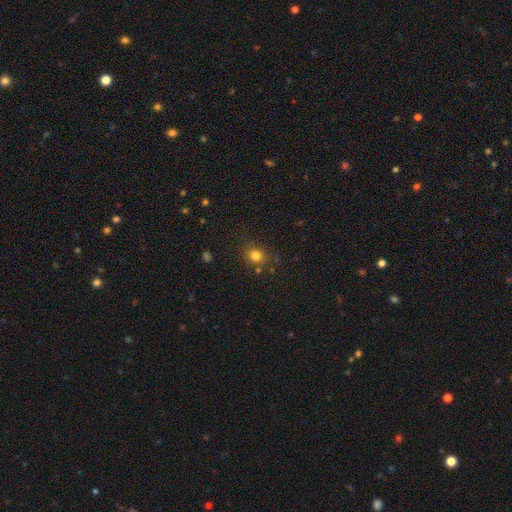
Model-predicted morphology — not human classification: This is likely a smooth galaxy (80%). How rounded: likely round (69%). Merging: likely none (77%).